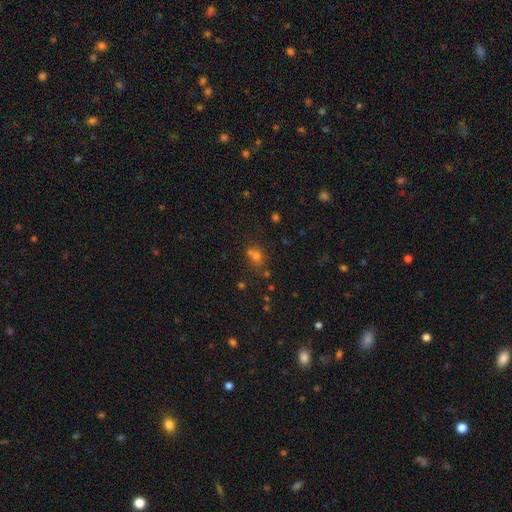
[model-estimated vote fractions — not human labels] Smooth or featured? Predicted: smooth (p=0.62). How rounded? Predicted: round (p=0.65). Merging? Predicted: none (p=0.51).